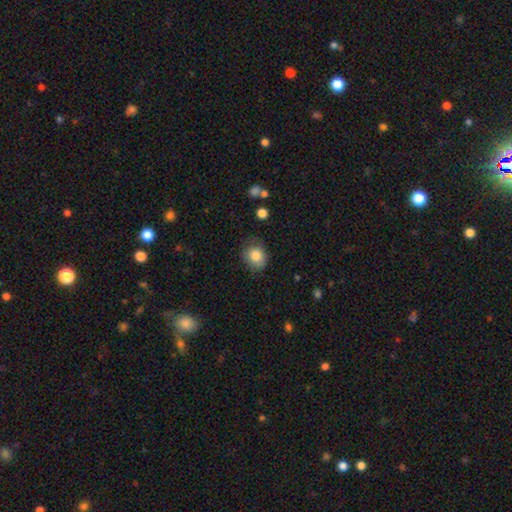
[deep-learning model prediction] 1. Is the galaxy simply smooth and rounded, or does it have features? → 84% smooth, 8% star or artifact, 8% featured or disk.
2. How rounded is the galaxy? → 66% round, 33% in between, 1% cigar-shaped.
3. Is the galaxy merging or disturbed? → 69% none, 23% minor disturbance, 6% major disturbance, 2% merger.